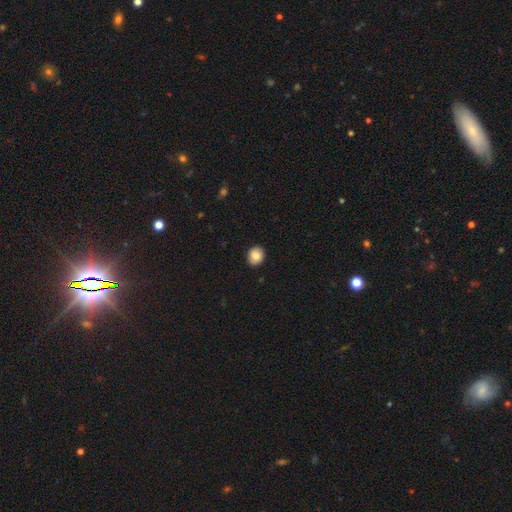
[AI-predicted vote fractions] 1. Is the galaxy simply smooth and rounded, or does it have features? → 84% smooth, 8% star or artifact, 7% featured or disk.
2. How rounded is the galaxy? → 68% round, 31% in between, 1% cigar-shaped.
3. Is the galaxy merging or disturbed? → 90% none, 7% minor disturbance, 2% major disturbance, 1% merger.